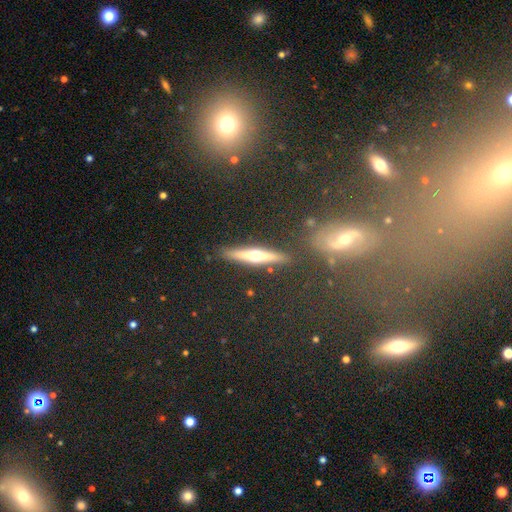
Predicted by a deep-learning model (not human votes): Smooth or featured? featured or disk (57%)
Edge-on disk? yes (93%)
Edge-on bulge? rounded (91%)
Merging? none (88%)